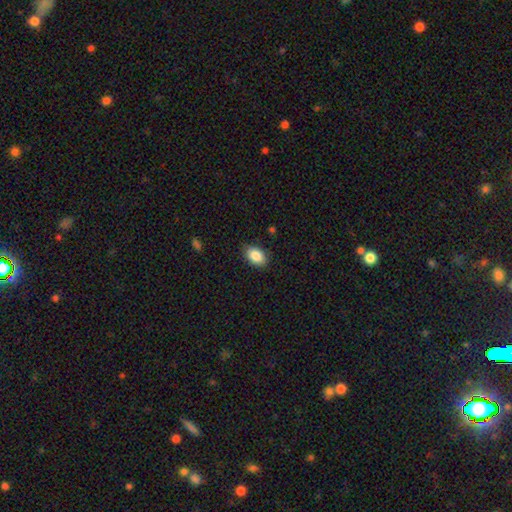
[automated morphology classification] This is clearly a smooth galaxy (87%). How rounded: clearly in between (88%). Merging: clearly none (86%).